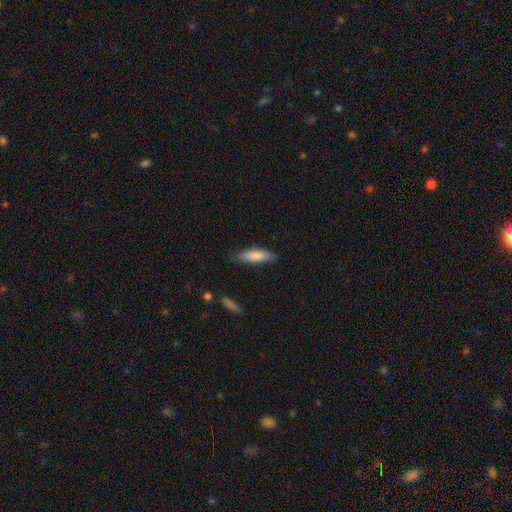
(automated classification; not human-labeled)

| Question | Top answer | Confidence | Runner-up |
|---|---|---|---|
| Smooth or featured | smooth | 81% | featured or disk (13%) |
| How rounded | cigar-shaped | 62% | in between (37%) |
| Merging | none | 85% | minor disturbance (11%) |